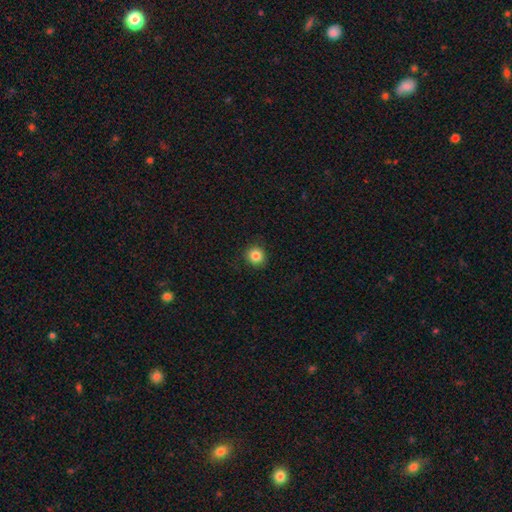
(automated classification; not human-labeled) Morphology: type=smooth (84%); roundness=round (92%); merging=none (91%).